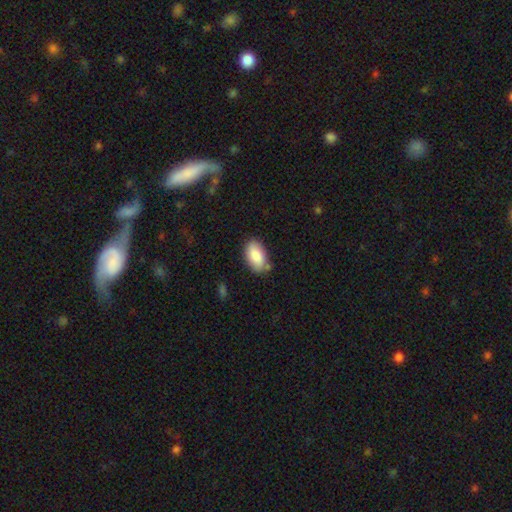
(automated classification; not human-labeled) Overall: smooth (86%). How rounded: in between (94%). Merging: none (76%).